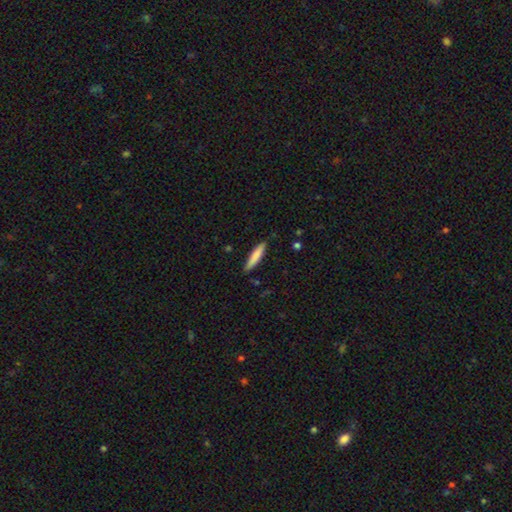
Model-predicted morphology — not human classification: smooth 79%, featured or disk 15%, star or artifact 6%. Down the decision tree: how rounded — cigar-shaped (86%); merging — none (85%).